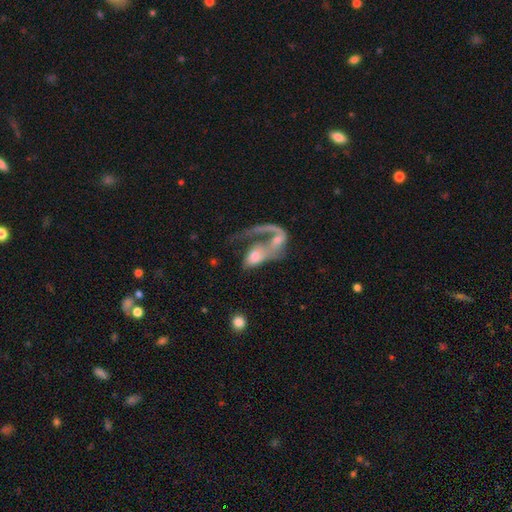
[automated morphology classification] This is possibly a featured or disk galaxy (56%). It is clearly not viewed edge-on (94%). Bar: likely no (70%). Spiral arm pattern: likely yes (60%). Central bulge: marginally moderate (40%). Merging: possibly merger (59%).